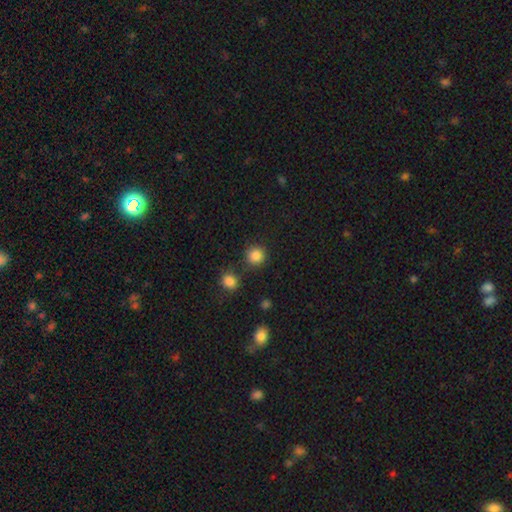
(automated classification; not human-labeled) A smooth galaxy with no disk features (85%) that is round (93%). Merging: none (82%).